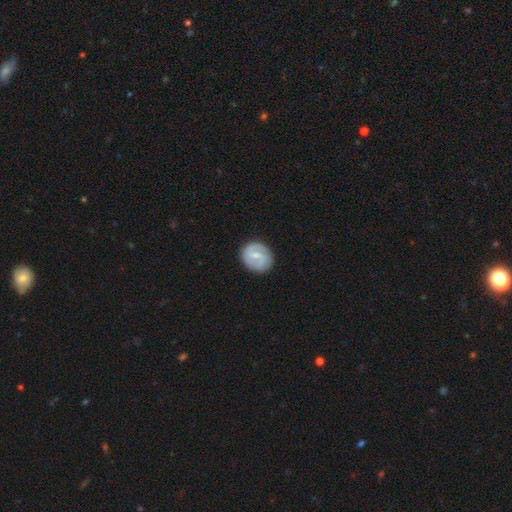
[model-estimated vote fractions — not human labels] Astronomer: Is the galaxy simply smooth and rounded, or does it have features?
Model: featured or disk — 65%.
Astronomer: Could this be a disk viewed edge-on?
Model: no — 98%.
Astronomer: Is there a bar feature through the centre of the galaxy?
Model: weak — 56%.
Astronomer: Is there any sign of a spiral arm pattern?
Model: yes — 81%.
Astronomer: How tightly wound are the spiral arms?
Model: medium — 42% (runner-up: tight, 38%).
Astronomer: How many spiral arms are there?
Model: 2 — 77%.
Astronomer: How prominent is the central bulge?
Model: small — 49% (runner-up: moderate, 34%).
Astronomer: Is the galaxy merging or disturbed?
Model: none — 83%.